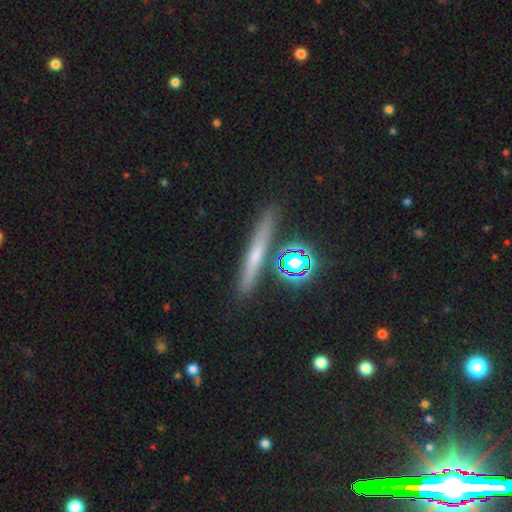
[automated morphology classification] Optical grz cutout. It shows a featured or disk galaxy (38%). Merging: none (85%).